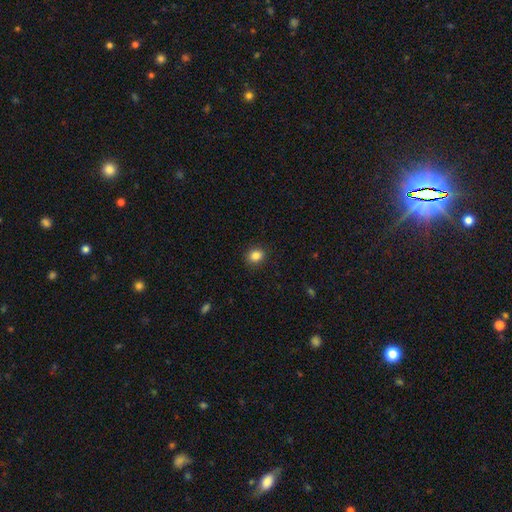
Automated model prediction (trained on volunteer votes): The model was most divided on "how rounded": round: 65%, in between: 34%, cigar-shaped: 1%. More confident: merging — none (90%); smooth or featured — smooth (86%).